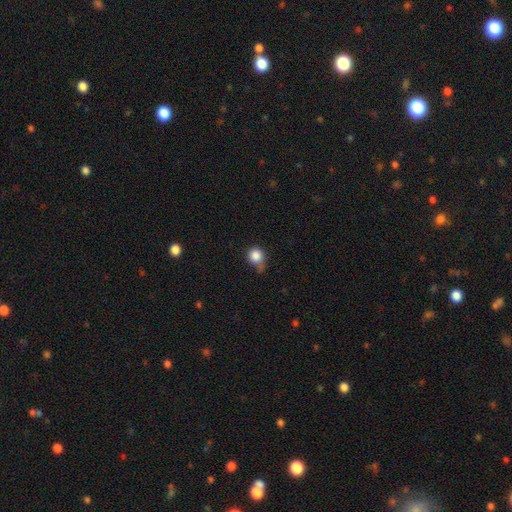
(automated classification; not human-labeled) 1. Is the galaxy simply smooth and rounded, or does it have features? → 85% smooth, 10% star or artifact, 6% featured or disk.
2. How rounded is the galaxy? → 86% round, 13% in between, 1% cigar-shaped.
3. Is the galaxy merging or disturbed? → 46% none, 34% minor disturbance, 12% major disturbance, 9% merger.